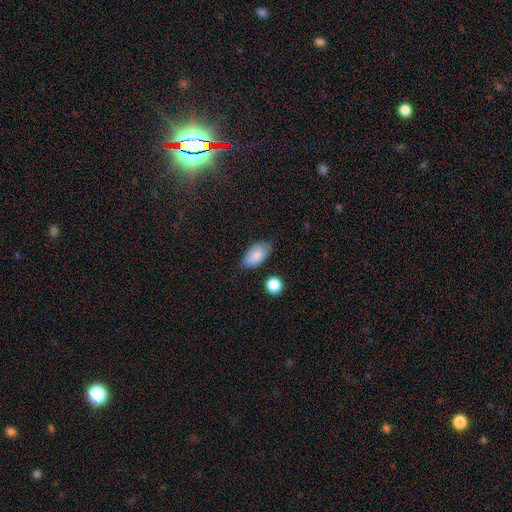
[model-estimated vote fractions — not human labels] Morphology: type=smooth (85%); roundness=in between (93%); merging=none (70%).